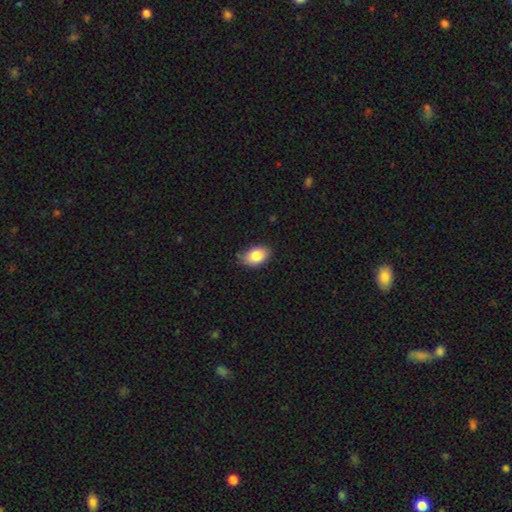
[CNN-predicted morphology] This appears to be a smooth galaxy with no disk features (84%) that is in between round and cigar-shaped (85%). Merging: none (69%).